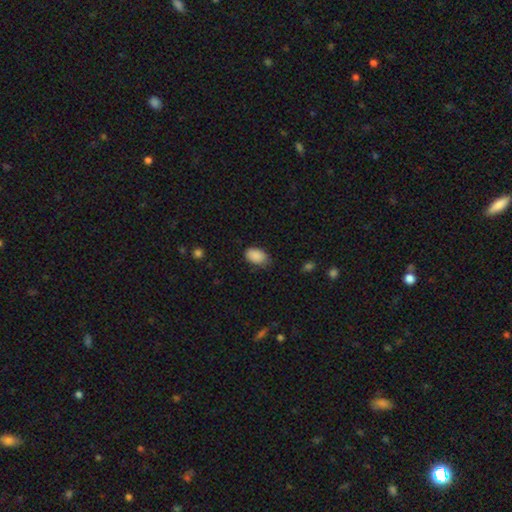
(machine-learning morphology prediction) Q: Smooth or featured?
A: smooth (89%); runner-up: star or artifact (8%)
Q: How rounded?
A: in between (91%); runner-up: round (8%)
Q: Merging?
A: none (72%); runner-up: minor disturbance (23%)